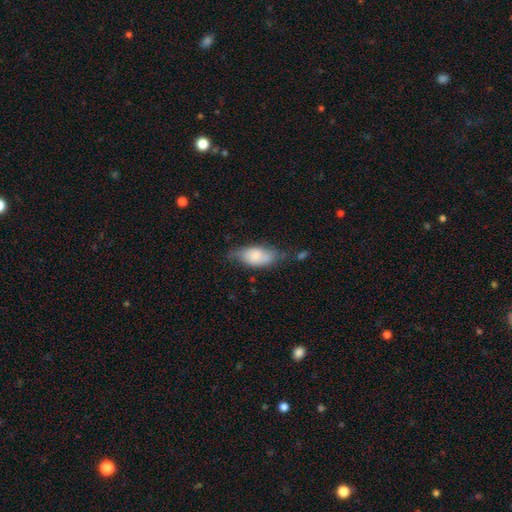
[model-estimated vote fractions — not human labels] Overall: smooth (68%). How rounded: in between (83%). Merging: none (53%; minor disturbance 34%).